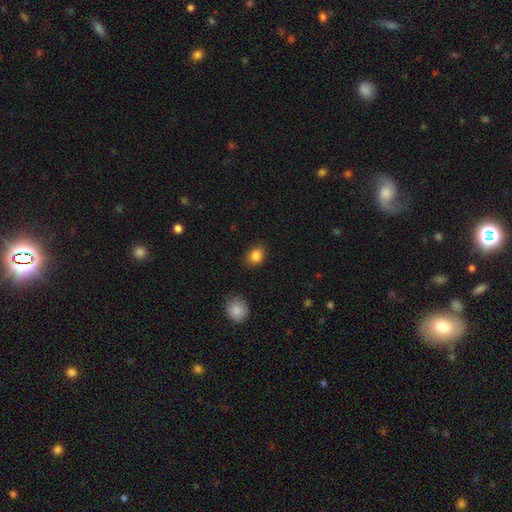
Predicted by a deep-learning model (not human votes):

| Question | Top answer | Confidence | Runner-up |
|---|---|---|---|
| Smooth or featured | smooth | 85% | star or artifact (10%) |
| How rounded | round | 51% | in between (48%) |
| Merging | none | 85% | minor disturbance (11%) |